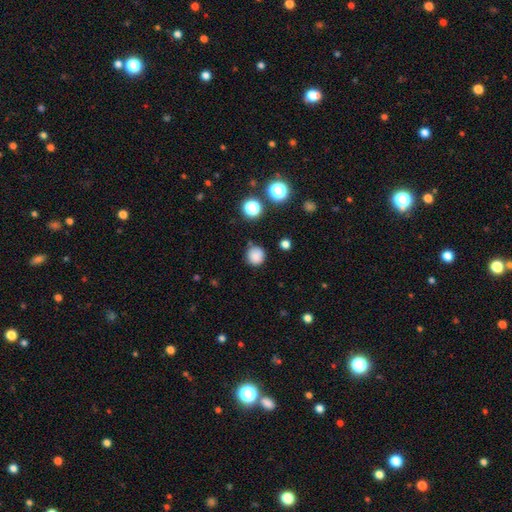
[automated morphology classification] Smooth or featured: smooth — 82% (star or artifact — 13%)
How rounded: round — 92% (in between — 7%)
Merging: none — 81% (minor disturbance — 13%)